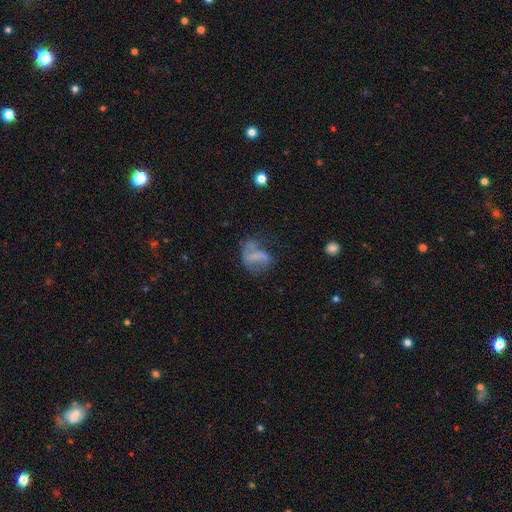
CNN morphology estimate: This is possibly a featured or disk galaxy (45%). Merging: marginally major disturbance (36%).